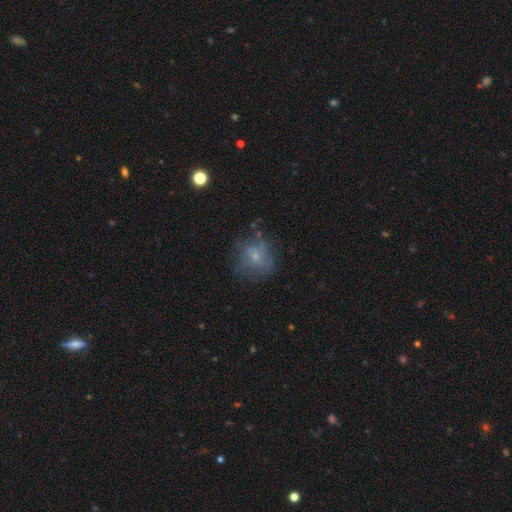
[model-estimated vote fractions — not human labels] The model was most divided on "smooth or featured": smooth: 49%, featured or disk: 38%, star or artifact: 12%. More confident: merging — none (57%).